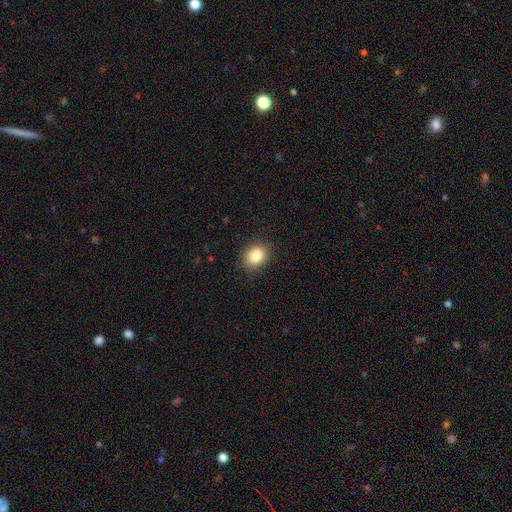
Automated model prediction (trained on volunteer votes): This appears to be a smooth galaxy with no disk features (85%) that is round (52%). Merging: none (88%).